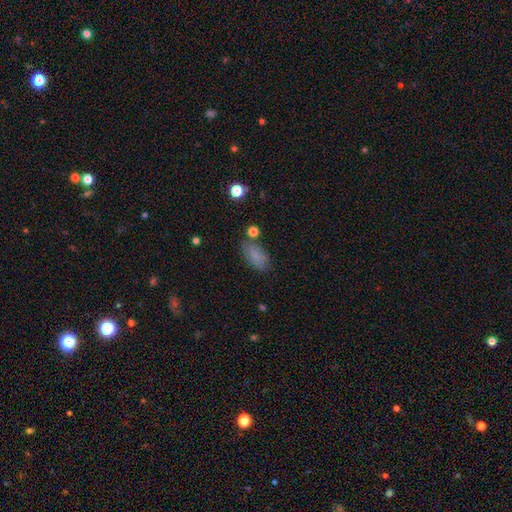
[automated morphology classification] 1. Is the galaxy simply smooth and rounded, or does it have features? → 82% smooth, 9% star or artifact, 8% featured or disk.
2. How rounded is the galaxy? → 92% in between, 5% round, 4% cigar-shaped.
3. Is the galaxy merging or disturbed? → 73% none, 16% minor disturbance, 6% merger, 5% major disturbance.